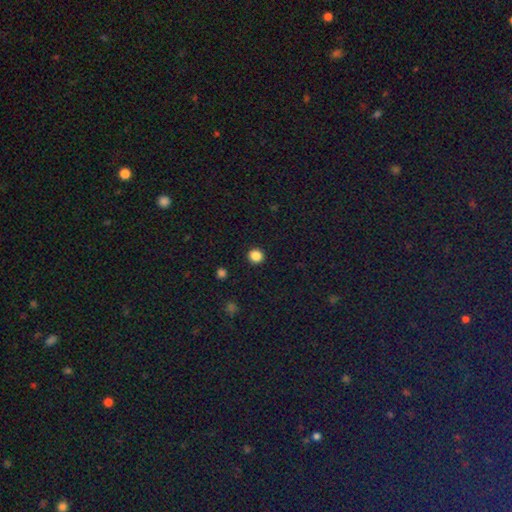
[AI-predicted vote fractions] smooth_or_featured: smooth (p=0.86) [alt: star or artifact p=0.12]
how_rounded: round (p=0.89) [alt: in between p=0.10]
merging: none (p=0.92) [alt: minor disturbance p=0.05]